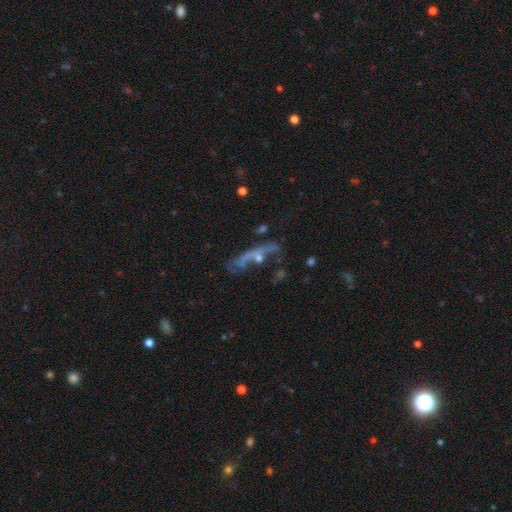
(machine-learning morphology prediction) A featured or disk galaxy (59%). Merging: none (38%).